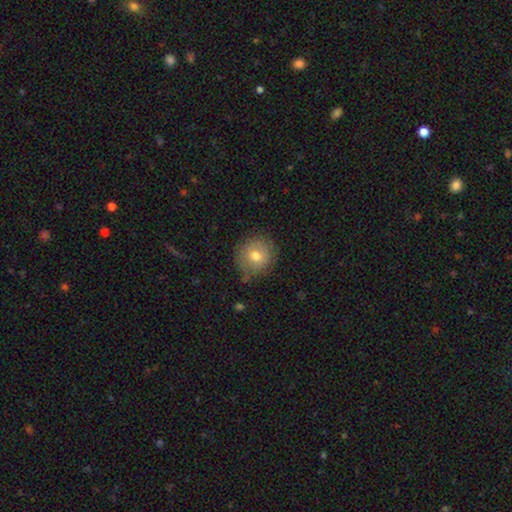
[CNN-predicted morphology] Smooth or featured?
  - smooth: 74% *
  - featured or disk: 16%
  - star or artifact: 10%
How rounded?
  - round: 91% *
  - in between: 8%
  - cigar-shaped: 1%
Merging?
  - none: 80% *
  - minor disturbance: 14%
  - major disturbance: 4%
  - merger: 2%